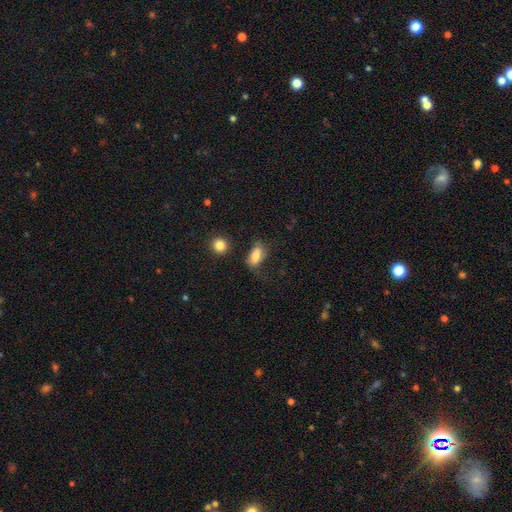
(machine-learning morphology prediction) smooth_or_featured: smooth (p=0.74) [alt: featured or disk p=0.17]
how_rounded: in between (p=0.88) [alt: round p=0.06]
merging: none (p=0.49) [alt: minor disturbance p=0.26]